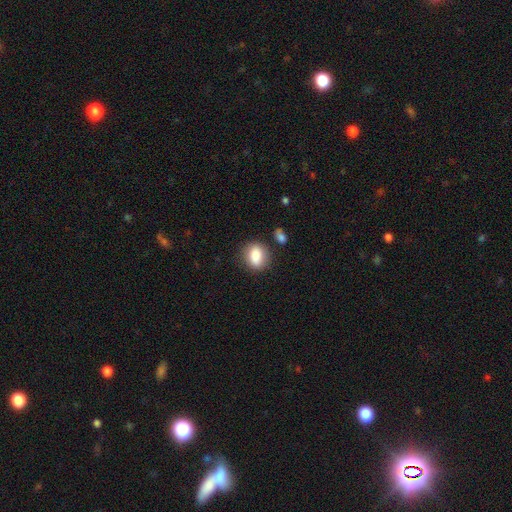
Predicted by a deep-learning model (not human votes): Morphology: type=smooth (81%); roundness=in between (54%); merging=none (81%).